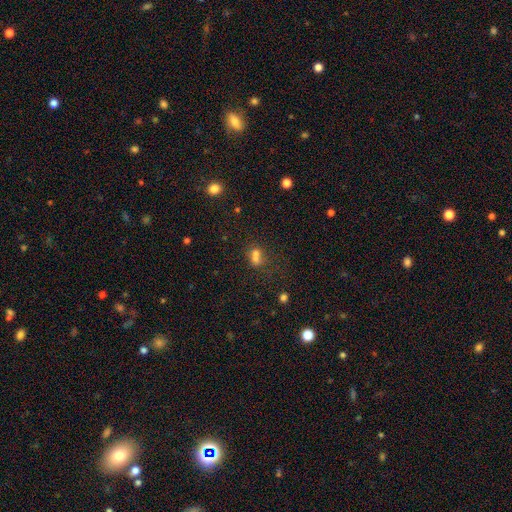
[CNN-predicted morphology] smooth-or-featured: smooth: 62% | star or artifact: 22% | featured or disk: 16%
  how-rounded: round: 53% | in between: 44% | cigar-shaped: 3%
  merging: merger: 52% | none: 32% | minor disturbance: 10% | major disturbance: 6%